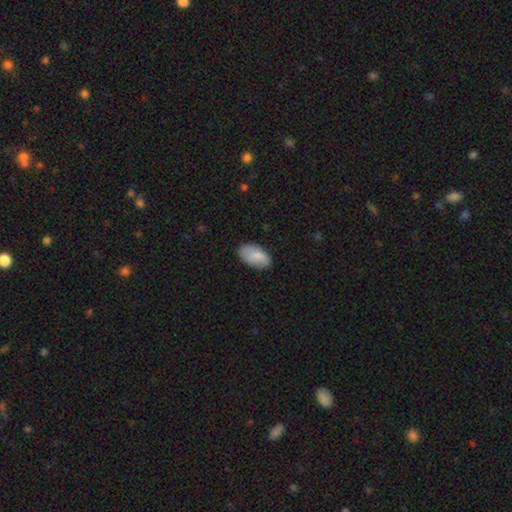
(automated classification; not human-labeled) The model was most divided on "merging": none: 80%, minor disturbance: 16%, major disturbance: 3%, merger: 1%. More confident: how rounded — in between (95%); smooth or featured — smooth (83%).